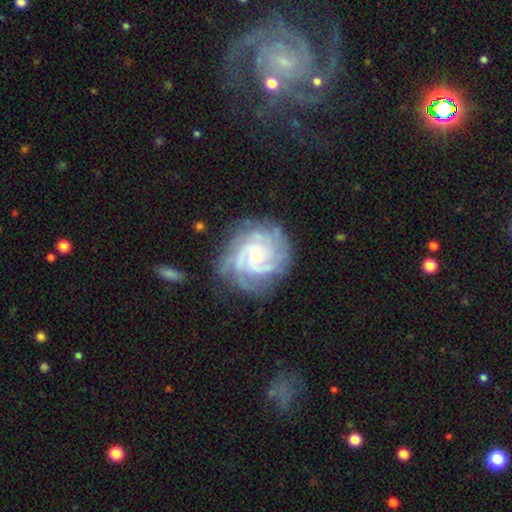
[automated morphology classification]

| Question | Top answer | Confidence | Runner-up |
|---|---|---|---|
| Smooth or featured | featured or disk | 90% | star or artifact (5%) |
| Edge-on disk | no | 98% | yes (2%) |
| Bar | no | 69% | weak (25%) |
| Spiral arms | yes | 98% | no (2%) |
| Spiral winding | tight | 74% | medium (23%) |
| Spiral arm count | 3 | 28% | 4 (25%) |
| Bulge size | small | 52% | moderate (44%) |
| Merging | none | 76% | minor disturbance (16%) |